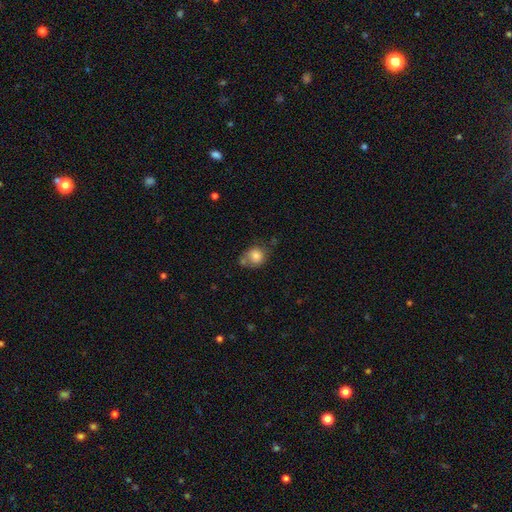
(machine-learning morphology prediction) A smooth galaxy with no disk features (80%) that is round (76%).

Vote fractions:
- Smooth or featured? smooth: 80% / featured or disk: 11% / star or artifact: 9%
- How rounded? round: 76% / in between: 23% / cigar-shaped: 1%
- Merging? none: 51% / minor disturbance: 23% / merger: 18% / major disturbance: 8%